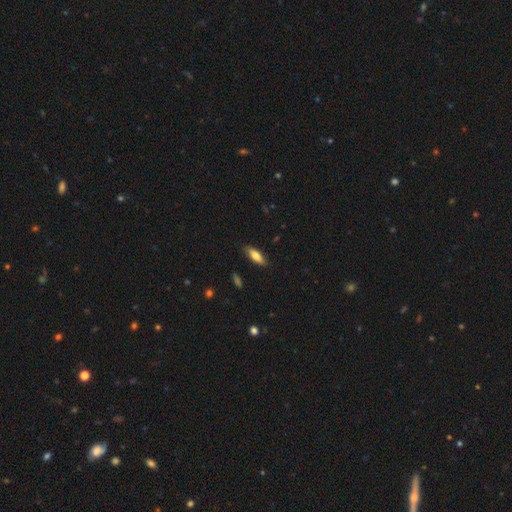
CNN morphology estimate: Overall: smooth (75%). How rounded: in between (63%; cigar-shaped 35%). Merging: none (84%).